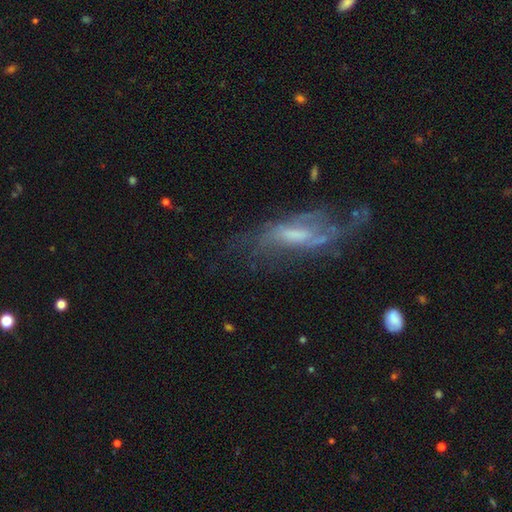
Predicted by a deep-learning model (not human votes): Smooth or featured? featured or disk (64%)
Edge-on disk? no (74%)
Merging? none (57%)